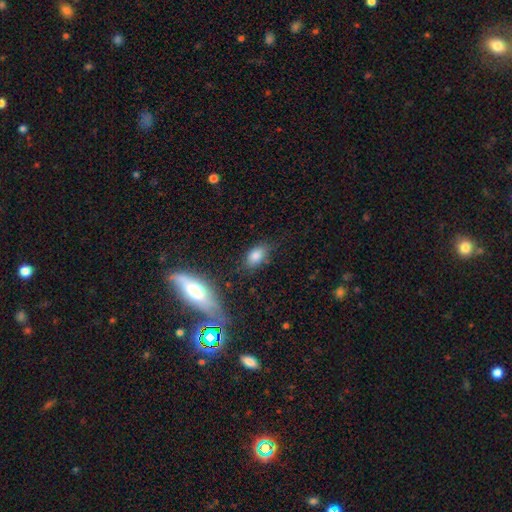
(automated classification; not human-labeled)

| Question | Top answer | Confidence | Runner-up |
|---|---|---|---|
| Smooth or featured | smooth | 81% | star or artifact (10%) |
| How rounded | in between | 86% | round (10%) |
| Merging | none | 74% | minor disturbance (18%) |